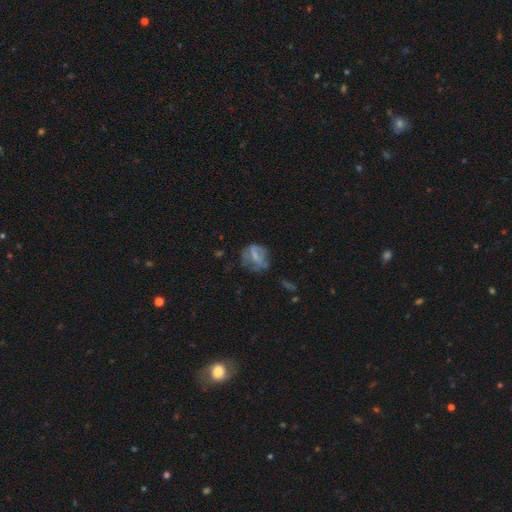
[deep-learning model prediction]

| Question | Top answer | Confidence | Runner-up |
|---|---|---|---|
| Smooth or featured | smooth | 44% | featured or disk (43%) |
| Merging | none | 42% | major disturbance (29%) |